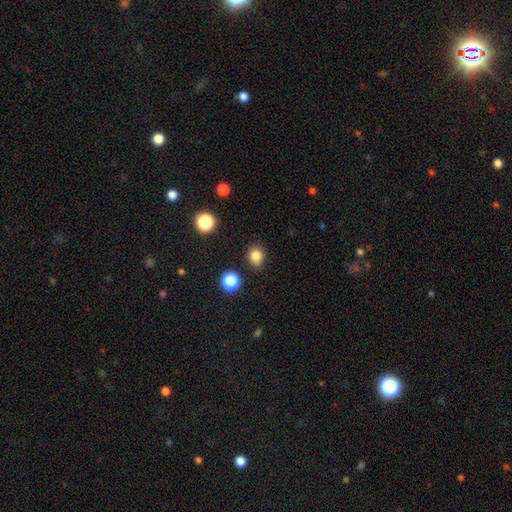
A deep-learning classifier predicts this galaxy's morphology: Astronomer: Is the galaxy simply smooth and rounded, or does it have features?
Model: smooth — 83%.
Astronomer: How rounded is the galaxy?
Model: round — 65%.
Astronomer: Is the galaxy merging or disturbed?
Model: none — 85%.